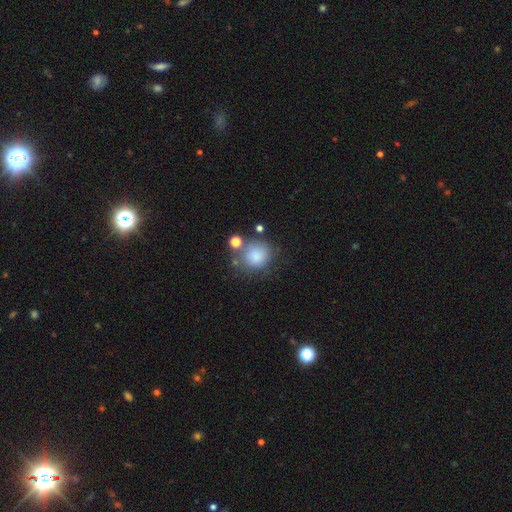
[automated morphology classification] smooth 82%, star or artifact 10%, featured or disk 8%. Down the decision tree: how rounded — round (83%); merging — none (62%).